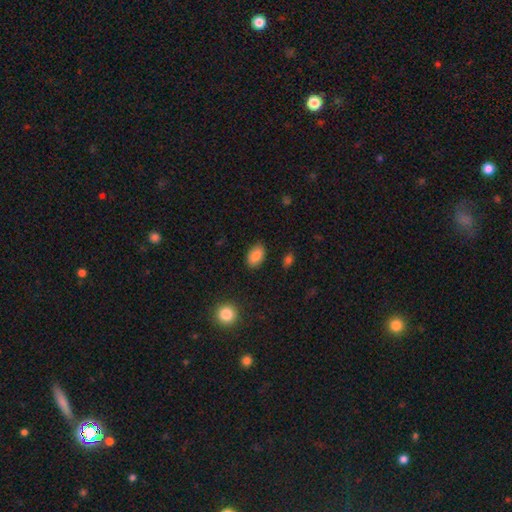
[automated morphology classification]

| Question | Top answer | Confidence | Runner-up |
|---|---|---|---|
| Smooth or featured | smooth | 85% | star or artifact (8%) |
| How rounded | in between | 89% | round (10%) |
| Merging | none | 86% | minor disturbance (11%) |